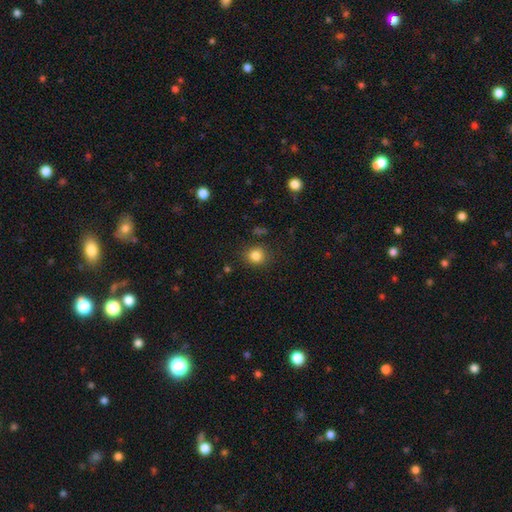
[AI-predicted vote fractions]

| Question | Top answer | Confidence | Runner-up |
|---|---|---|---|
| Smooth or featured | smooth | 83% | star or artifact (12%) |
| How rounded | round | 82% | in between (17%) |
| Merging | none | 85% | minor disturbance (10%) |